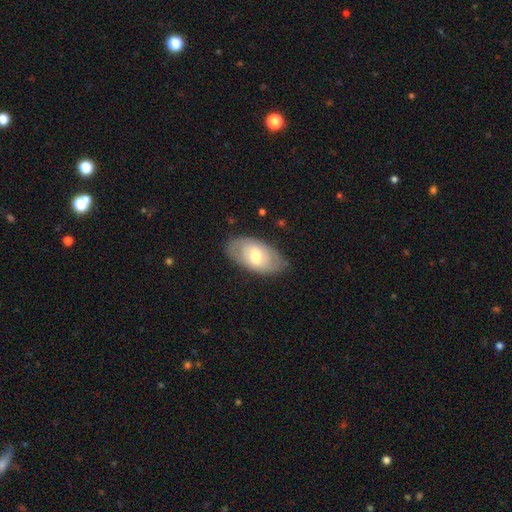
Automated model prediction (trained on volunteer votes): smooth-or-featured: featured or disk: 49% | smooth: 46% | star or artifact: 6%
  merging: none: 76% | minor disturbance: 18% | major disturbance: 5% | merger: 1%